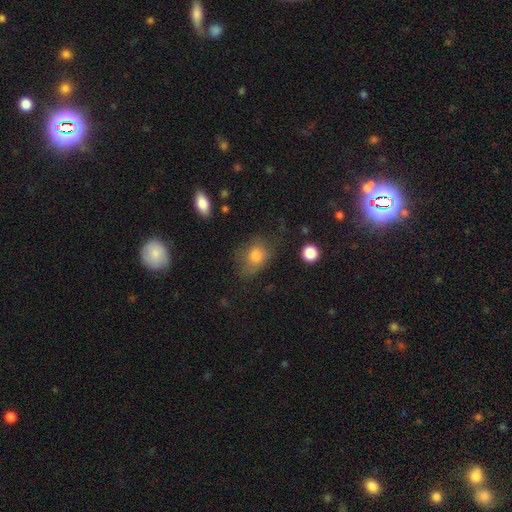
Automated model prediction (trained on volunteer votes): A smooth galaxy with no disk features (76%) that is in between round and cigar-shaped (66%).

Vote fractions:
- Smooth or featured? smooth: 76% / featured or disk: 14% / star or artifact: 10%
- How rounded? in between: 66% / round: 33% / cigar-shaped: 2%
- Merging? none: 48% / minor disturbance: 29% / major disturbance: 21% / merger: 3%